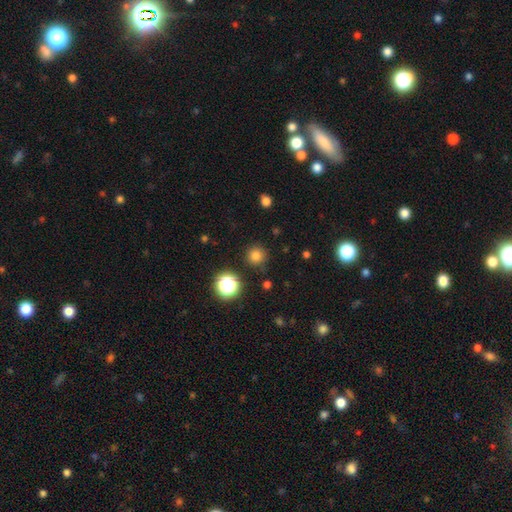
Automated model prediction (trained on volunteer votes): This is likely a smooth galaxy (79%). How rounded: clearly round (95%). Merging: clearly none (88%).